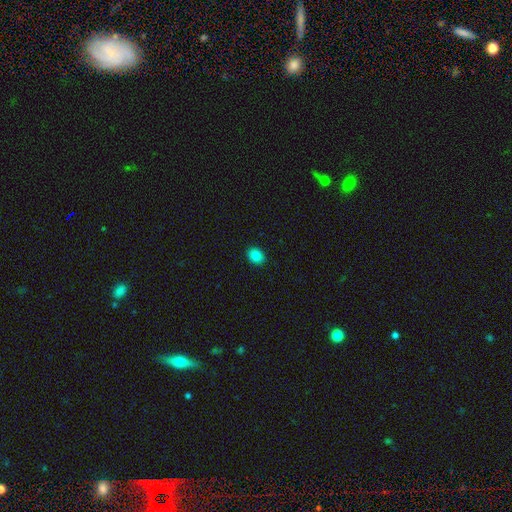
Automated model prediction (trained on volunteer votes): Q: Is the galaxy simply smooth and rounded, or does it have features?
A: smooth — 85%.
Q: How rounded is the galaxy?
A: in between — 50%.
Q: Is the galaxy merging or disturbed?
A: none — 91%.